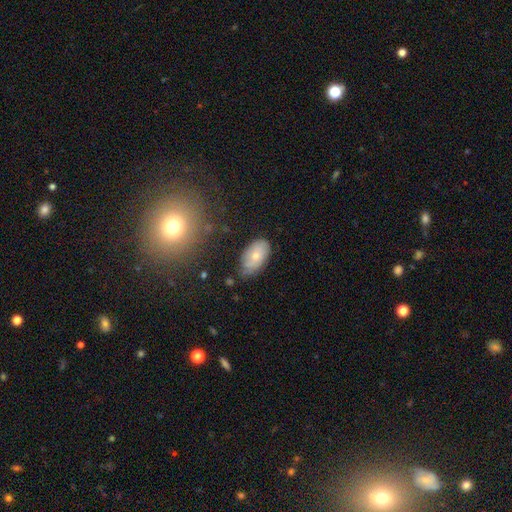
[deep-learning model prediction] A smooth galaxy with no disk features (62%) that is in between round and cigar-shaped (94%). Merging: none (64%).